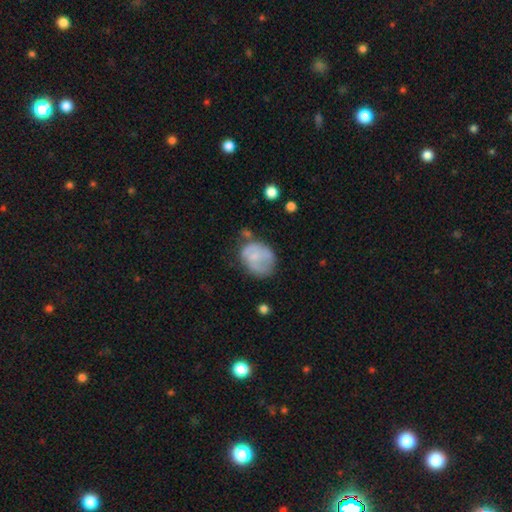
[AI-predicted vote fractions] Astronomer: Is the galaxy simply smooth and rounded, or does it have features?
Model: smooth — 57% (runner-up: featured or disk, 36%).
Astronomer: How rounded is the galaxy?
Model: round — 50% (runner-up: in between, 49%).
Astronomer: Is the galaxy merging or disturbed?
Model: none — 41% (runner-up: minor disturbance, 33%).